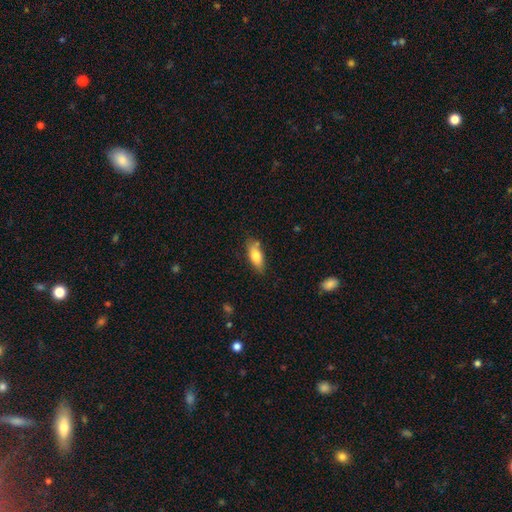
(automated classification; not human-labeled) Morphology: type=smooth (78%); roundness=in between (77%); merging=none (74%).